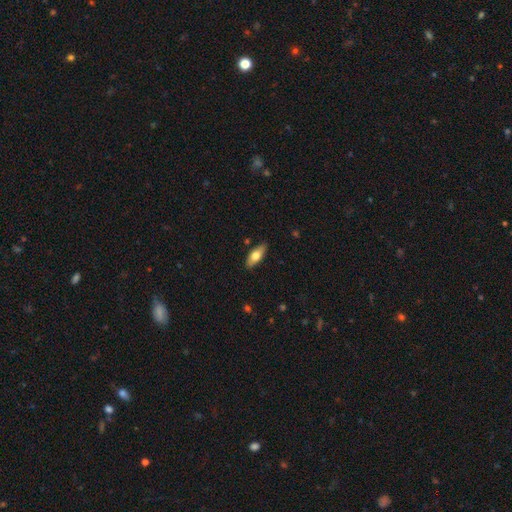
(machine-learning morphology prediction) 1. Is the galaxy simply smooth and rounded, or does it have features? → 68% smooth, 26% featured or disk, 6% star or artifact.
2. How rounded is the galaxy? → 74% in between, 23% cigar-shaped, 3% round.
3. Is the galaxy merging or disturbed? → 86% none, 11% minor disturbance, 2% major disturbance, 1% merger.